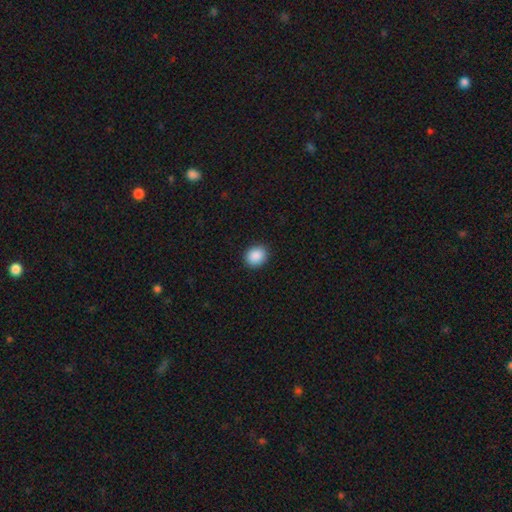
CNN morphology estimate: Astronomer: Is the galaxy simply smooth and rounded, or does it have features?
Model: smooth — 90%.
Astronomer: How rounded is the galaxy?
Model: round — 63%.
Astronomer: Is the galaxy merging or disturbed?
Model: none — 90%.